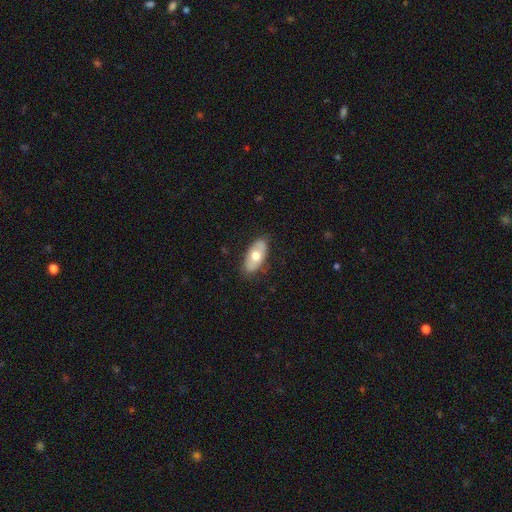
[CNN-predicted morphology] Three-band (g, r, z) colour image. It shows a smooth galaxy with no disk features (61%) that is in between round and cigar-shaped (91%). Merging: none (82%).